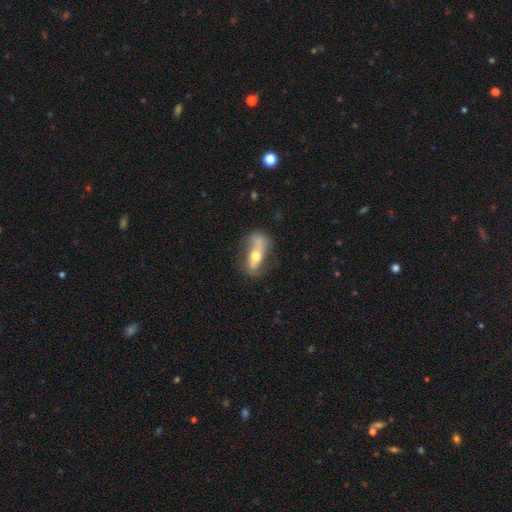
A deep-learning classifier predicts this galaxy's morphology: Overall: featured or disk (53%; smooth 40%). Edge-on disk: no (72%). Merging: none (55%; minor disturbance 22%).